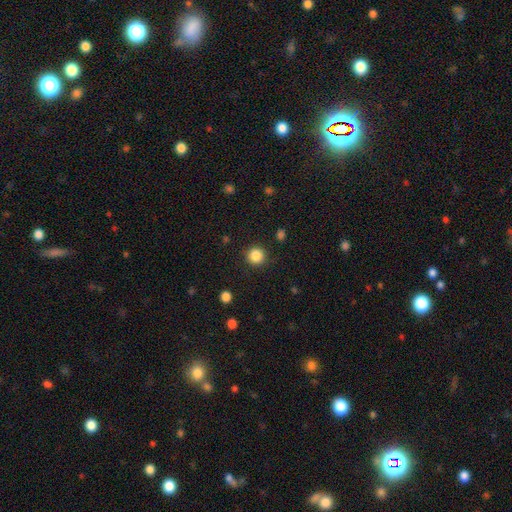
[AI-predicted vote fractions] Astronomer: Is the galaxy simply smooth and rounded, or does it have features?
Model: smooth — 86%.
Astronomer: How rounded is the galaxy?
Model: round — 94%.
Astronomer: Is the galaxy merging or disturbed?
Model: none — 90%.